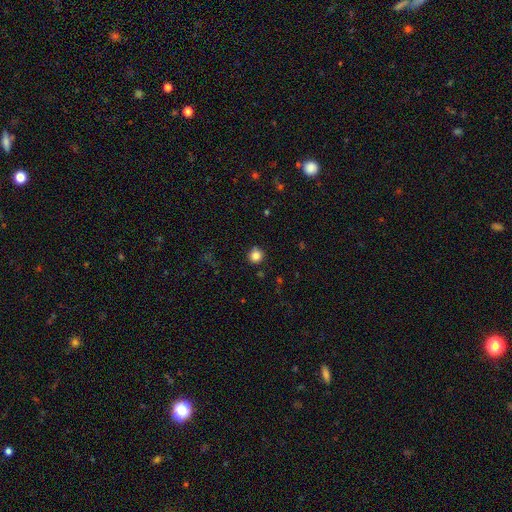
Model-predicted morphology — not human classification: smooth-or-featured: smooth: 83% | star or artifact: 12% | featured or disk: 5%
  how-rounded: round: 93% | in between: 6% | cigar-shaped: 1%
  merging: none: 88% | minor disturbance: 8% | major disturbance: 2% | merger: 2%